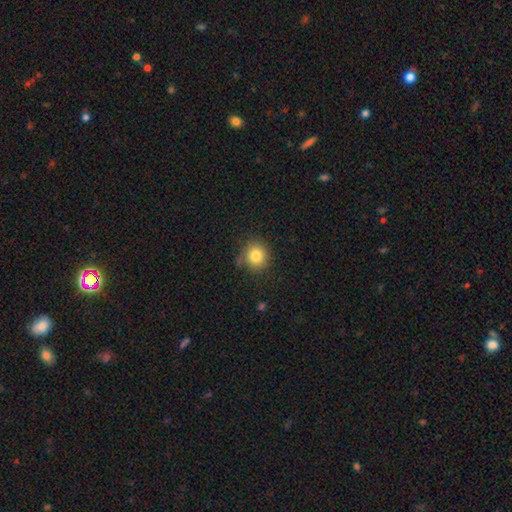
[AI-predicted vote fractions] Smooth or featured: smooth — 82% (star or artifact — 11%)
How rounded: round — 89% (in between — 10%)
Merging: none — 79% (minor disturbance — 15%)